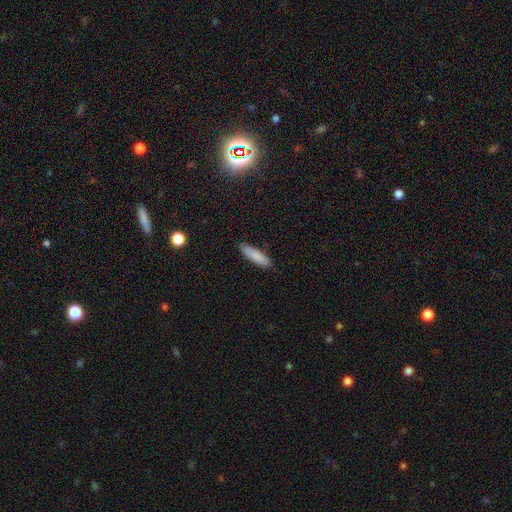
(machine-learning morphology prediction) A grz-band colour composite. It shows a smooth galaxy with no disk features (85%) that is cigar-shaped (66%). Merging: none (87%).